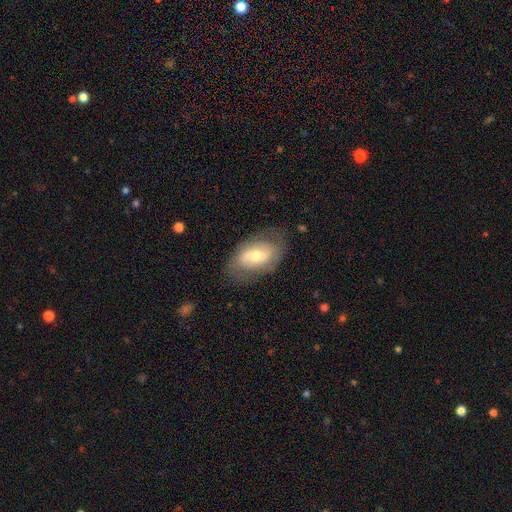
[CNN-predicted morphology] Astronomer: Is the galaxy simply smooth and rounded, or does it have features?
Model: featured or disk — 52% (runner-up: smooth, 41%).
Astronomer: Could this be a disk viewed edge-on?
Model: no — 92%.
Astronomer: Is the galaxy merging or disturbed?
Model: none — 73%.